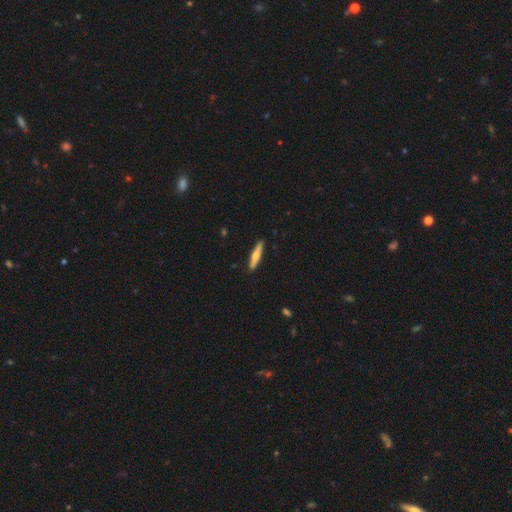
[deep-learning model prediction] Smooth or featured: smooth — 51% (featured or disk — 44%)
How rounded: cigar-shaped — 89% (in between — 9%)
Merging: none — 90% (minor disturbance — 7%)